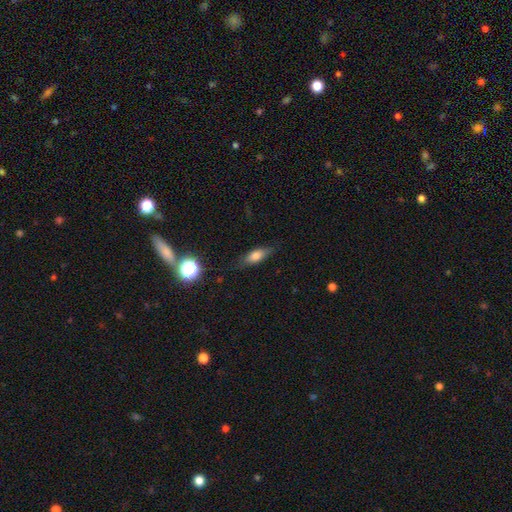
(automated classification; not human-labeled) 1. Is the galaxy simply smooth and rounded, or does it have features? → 68% smooth, 22% featured or disk, 10% star or artifact.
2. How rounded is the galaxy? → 67% in between, 28% cigar-shaped, 5% round.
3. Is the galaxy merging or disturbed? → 75% none, 19% minor disturbance, 5% major disturbance, 2% merger.